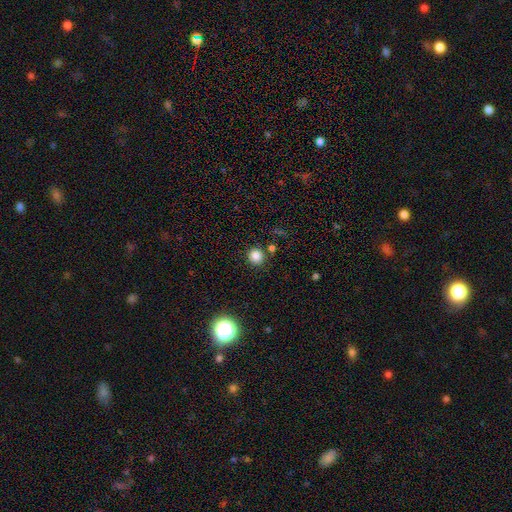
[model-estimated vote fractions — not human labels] This appears to be a smooth galaxy with no disk features (82%) that is round (90%). Merging: none (85%).